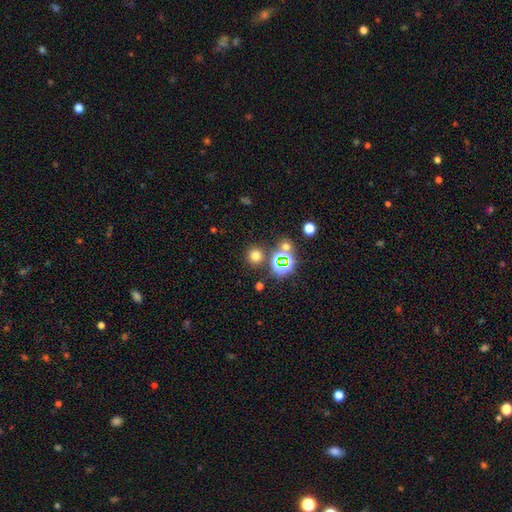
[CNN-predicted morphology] smooth 67%, star or artifact 26%, featured or disk 7%. Down the decision tree: how rounded — round (92%); merging — none (83%).